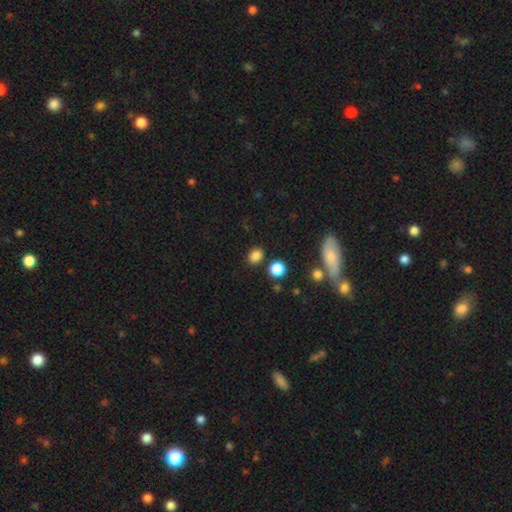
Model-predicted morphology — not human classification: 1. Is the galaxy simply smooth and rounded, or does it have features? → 83% smooth, 13% star or artifact, 4% featured or disk.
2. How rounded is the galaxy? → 54% in between, 45% round, 1% cigar-shaped.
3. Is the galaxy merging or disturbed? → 82% none, 10% minor disturbance, 5% merger, 3% major disturbance.